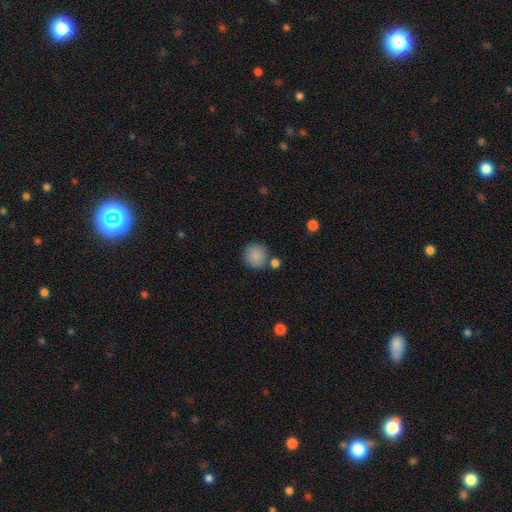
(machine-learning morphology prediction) Smooth or featured: smooth — 88% (star or artifact — 8%)
How rounded: round — 92% (in between — 7%)
Merging: none — 76% (merger — 10%)